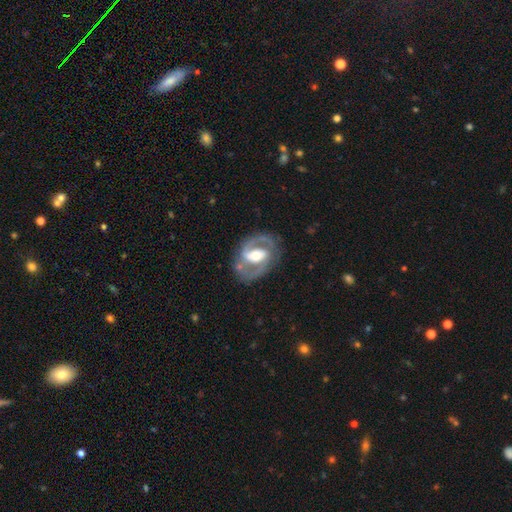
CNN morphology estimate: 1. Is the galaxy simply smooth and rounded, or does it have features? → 87% featured or disk, 8% smooth, 5% star or artifact.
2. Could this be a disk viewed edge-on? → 97% no, 3% yes.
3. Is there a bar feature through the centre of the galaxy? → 43% strong, 36% weak, 20% no.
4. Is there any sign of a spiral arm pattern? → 92% yes, 8% no.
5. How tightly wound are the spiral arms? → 56% medium, 30% tight, 14% loose.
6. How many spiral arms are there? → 89% 2, 4% 1, 4% can't tell, 1% 3, 1% 4, 1% more than 4.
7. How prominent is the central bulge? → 66% moderate, 18% small, 13% large, 1% dominant, 1% none.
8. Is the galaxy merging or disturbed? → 77% none, 14% minor disturbance, 7% major disturbance, 2% merger.